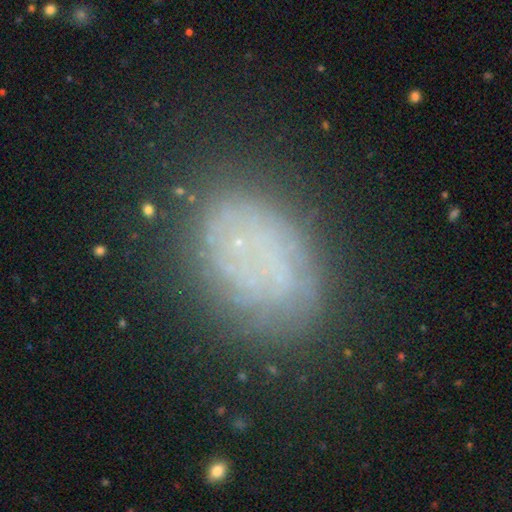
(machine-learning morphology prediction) Smooth or featured? Predicted: featured or disk (p=0.45). Merging? Predicted: none (p=0.69).